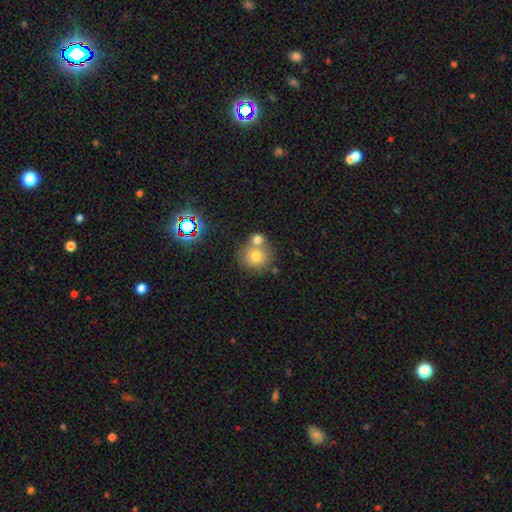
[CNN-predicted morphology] The model was most divided on "merging": none: 48%, merger: 40%, minor disturbance: 9%, major disturbance: 3%. More confident: how rounded — round (88%); smooth or featured — smooth (72%).